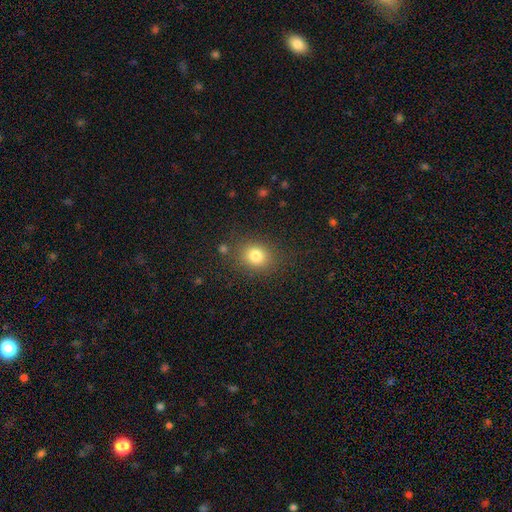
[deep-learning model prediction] Morphology: type=smooth (80%); roundness=round (66%); merging=none (82%).